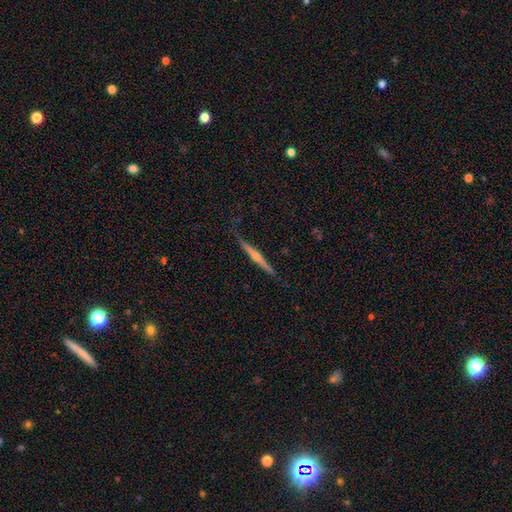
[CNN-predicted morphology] Smooth or featured? featured or disk (72%)
Edge-on disk? yes (98%)
Edge-on bulge? rounded (78%)
Merging? none (81%)